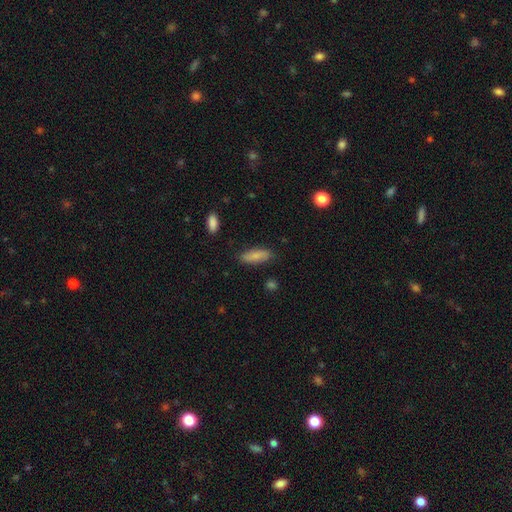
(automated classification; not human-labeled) smooth-or-featured: smooth: 80% | featured or disk: 14% | star or artifact: 7%
  how-rounded: in between: 67% | cigar-shaped: 31% | round: 2%
  merging: none: 83% | minor disturbance: 13% | major disturbance: 3% | merger: 2%